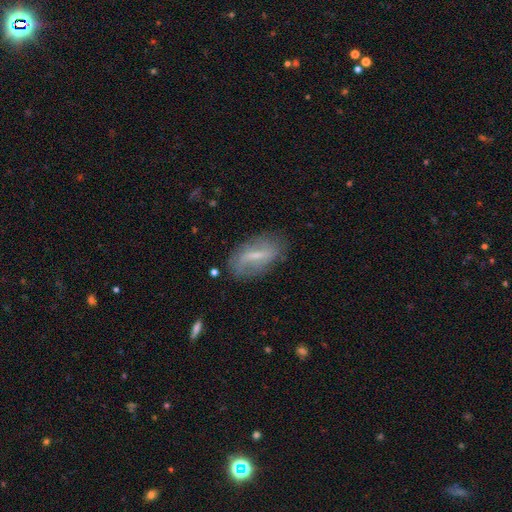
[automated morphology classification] A featured or disk galaxy (57%). Merging: none (69%).